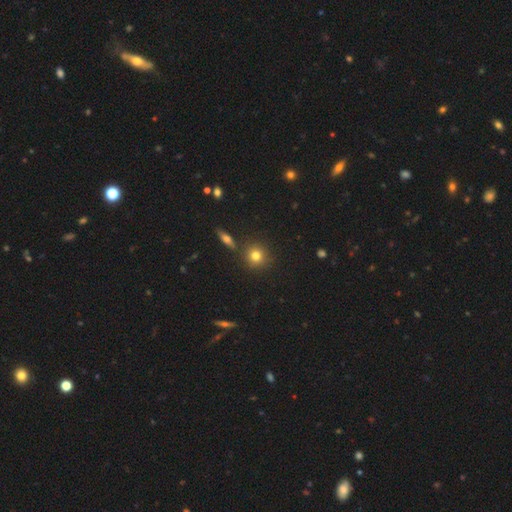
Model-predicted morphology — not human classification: Q: Smooth or featured?
A: smooth (78%); runner-up: star or artifact (13%)
Q: How rounded?
A: round (90%); runner-up: in between (9%)
Q: Merging?
A: none (83%); runner-up: minor disturbance (8%)